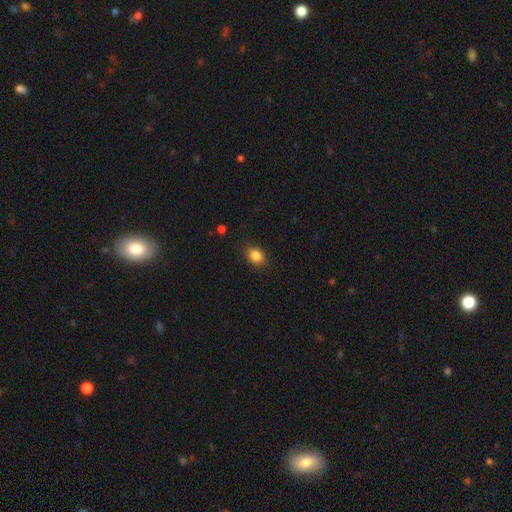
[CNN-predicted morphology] type=smooth (85%); roundness=in between (57%); merging=none (84%).